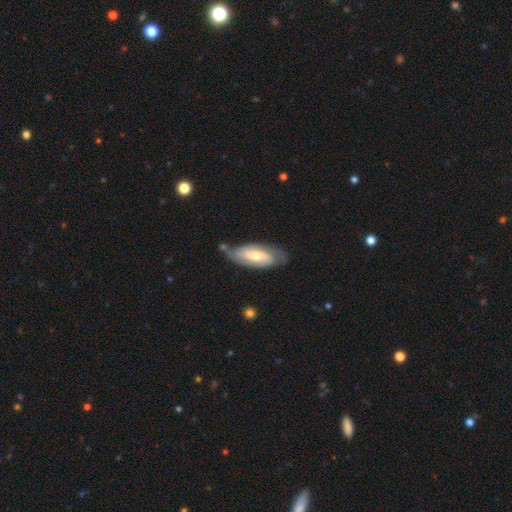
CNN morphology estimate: This is possibly a featured or disk galaxy (57%). It is clearly not viewed edge-on (85%). Merging: likely none (64%).